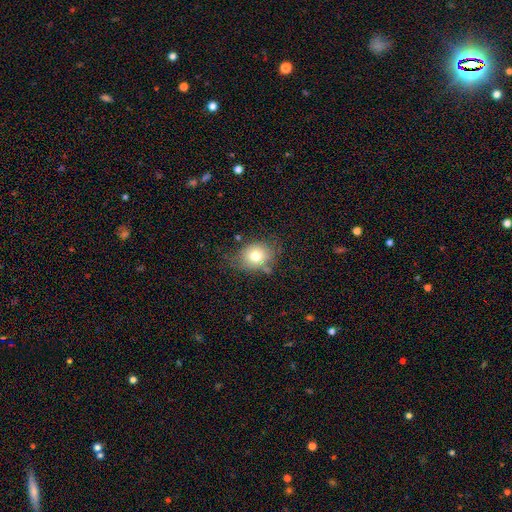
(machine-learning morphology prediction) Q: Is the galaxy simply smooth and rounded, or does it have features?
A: smooth — 74%.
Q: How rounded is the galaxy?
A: round — 54%.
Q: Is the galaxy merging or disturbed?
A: none — 69%.